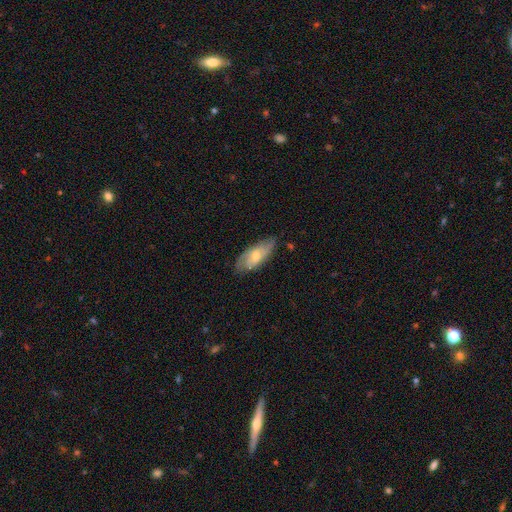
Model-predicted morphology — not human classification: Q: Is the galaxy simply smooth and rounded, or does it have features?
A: featured or disk — 59%.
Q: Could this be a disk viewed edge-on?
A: no — 83%.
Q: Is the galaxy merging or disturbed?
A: none — 71%.